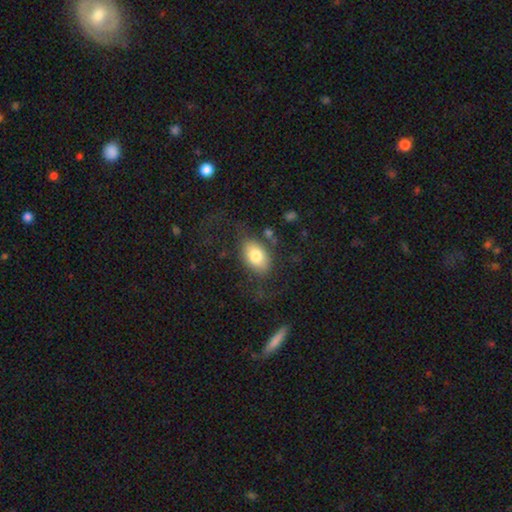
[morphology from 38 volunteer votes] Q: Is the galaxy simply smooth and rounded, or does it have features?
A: smooth — 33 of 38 (87%).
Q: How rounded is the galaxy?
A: in between — 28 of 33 (85%).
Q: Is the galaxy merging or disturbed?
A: none — 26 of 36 (72%).